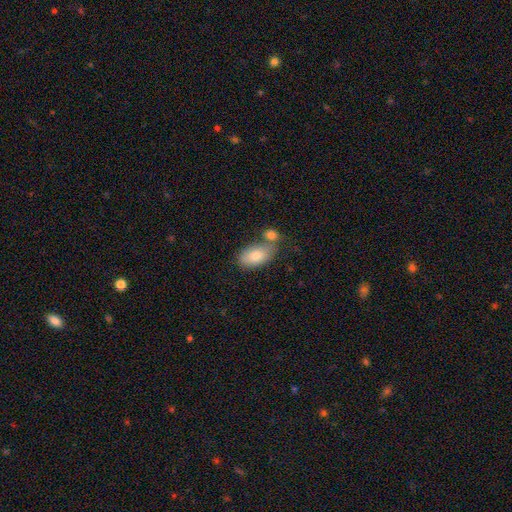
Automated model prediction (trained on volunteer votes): smooth-or-featured: smooth: 80% | featured or disk: 14% | star or artifact: 7%
  how-rounded: in between: 93% | round: 4% | cigar-shaped: 3%
  merging: none: 53% | merger: 28% | minor disturbance: 15% | major disturbance: 5%